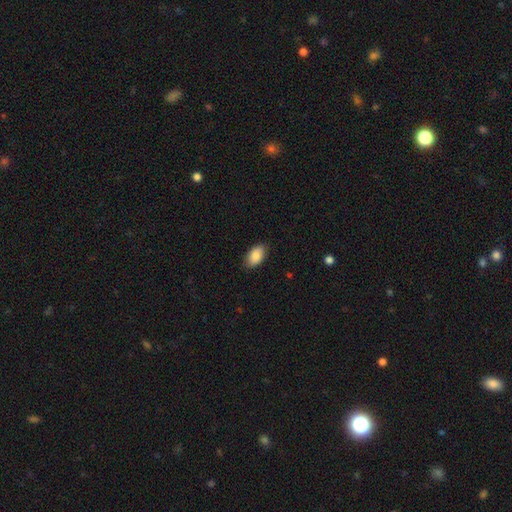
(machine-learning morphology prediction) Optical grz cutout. It shows a smooth galaxy with no disk features (88%) that is in between round and cigar-shaped (93%). Merging: none (85%).